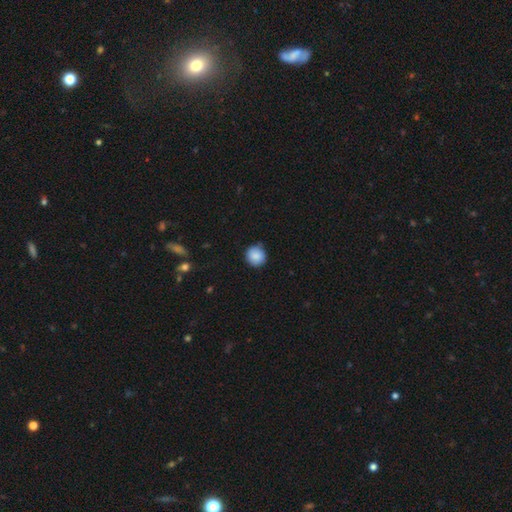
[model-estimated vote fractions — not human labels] smooth 86%, star or artifact 8%, featured or disk 6%. Down the decision tree: how rounded — round (91%); merging — none (82%).